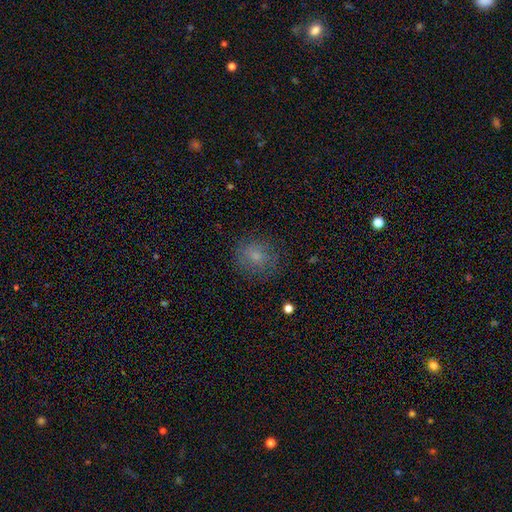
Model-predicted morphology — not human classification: smooth-or-featured: smooth: 68% | featured or disk: 18% | star or artifact: 14%
  how-rounded: round: 79% | in between: 20% | cigar-shaped: 1%
  merging: none: 78% | minor disturbance: 15% | major disturbance: 6% | merger: 1%